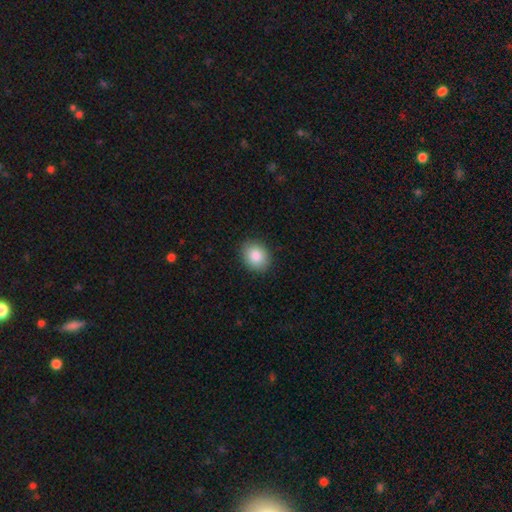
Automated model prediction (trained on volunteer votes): The model was most divided on "how rounded": round: 52%, in between: 47%, cigar-shaped: 1%. More confident: merging — none (89%); smooth or featured — smooth (87%).